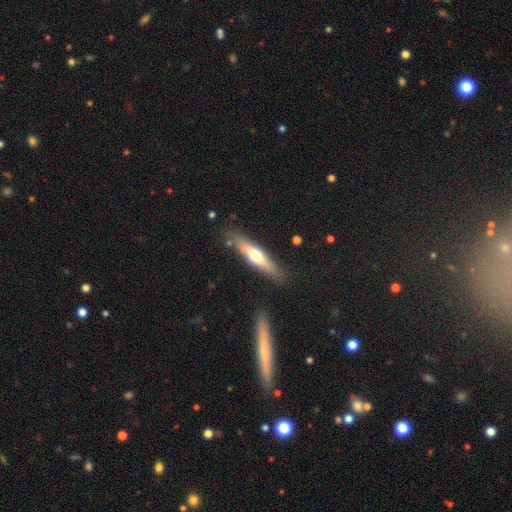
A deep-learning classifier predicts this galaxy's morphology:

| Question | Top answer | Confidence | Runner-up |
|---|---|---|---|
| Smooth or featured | smooth | 48% | featured or disk (47%) |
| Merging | none | 83% | minor disturbance (12%) |